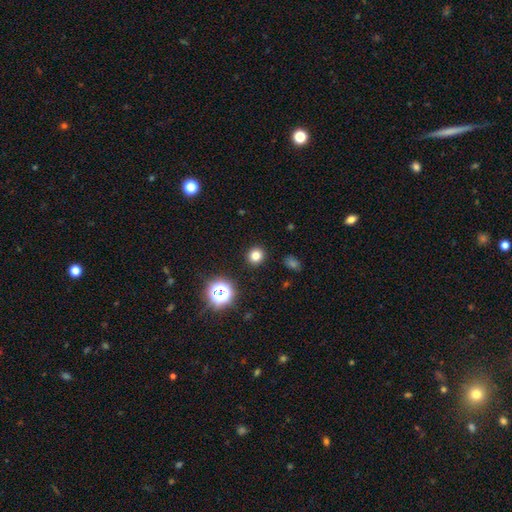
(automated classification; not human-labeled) This is likely a smooth galaxy (78%). How rounded: clearly round (90%). Merging: clearly none (92%).